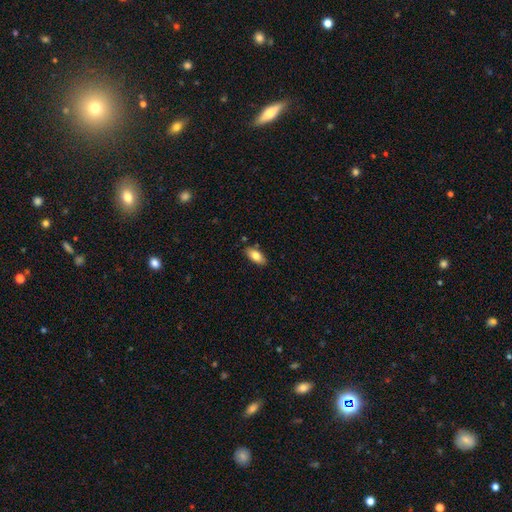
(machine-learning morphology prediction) A smooth galaxy with no disk features (80%) that is in between round and cigar-shaped (88%). Merging: none (85%).